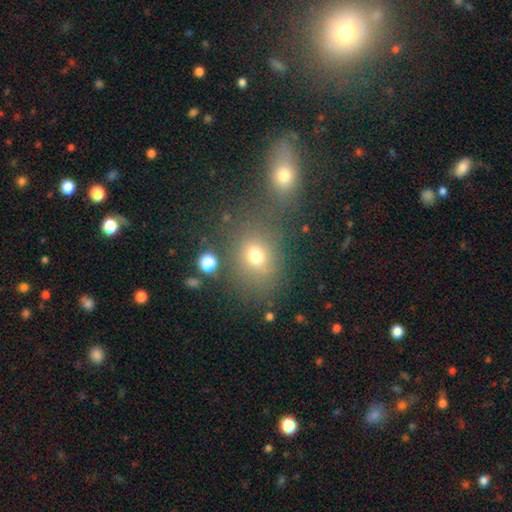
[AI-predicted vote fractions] Smooth or featured: smooth — 71% (star or artifact — 18%)
How rounded: round — 54% (in between — 44%)
Merging: none — 61% (merger — 19%)